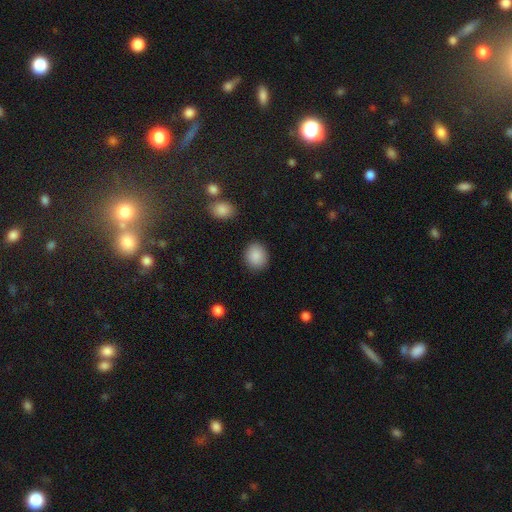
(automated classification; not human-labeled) The model was most divided on "how rounded": round: 65%, in between: 34%, cigar-shaped: 1%. More confident: smooth or featured — smooth (89%); merging — none (89%).